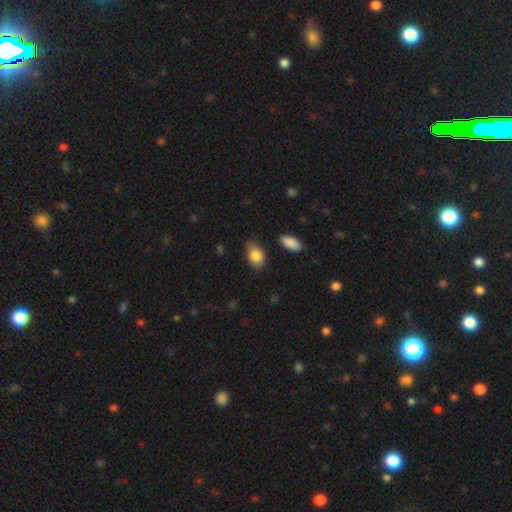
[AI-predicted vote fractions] smooth_or_featured: smooth (p=0.83) [alt: featured or disk p=0.10]
how_rounded: in between (p=0.87) [alt: round p=0.11]
merging: none (p=0.66) [alt: minor disturbance p=0.27]